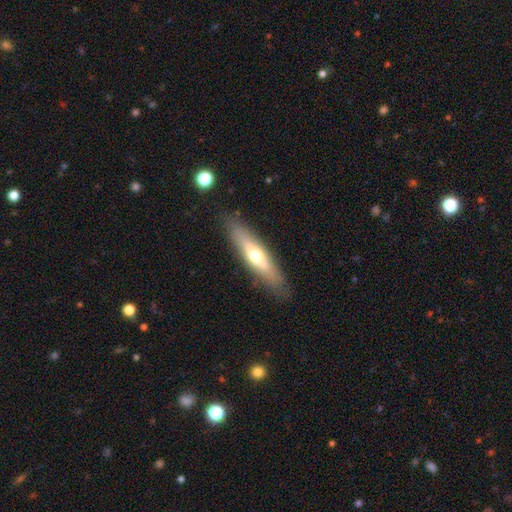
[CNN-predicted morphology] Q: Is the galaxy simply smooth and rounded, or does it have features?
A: smooth — 50%.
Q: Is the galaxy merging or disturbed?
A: none — 85%.